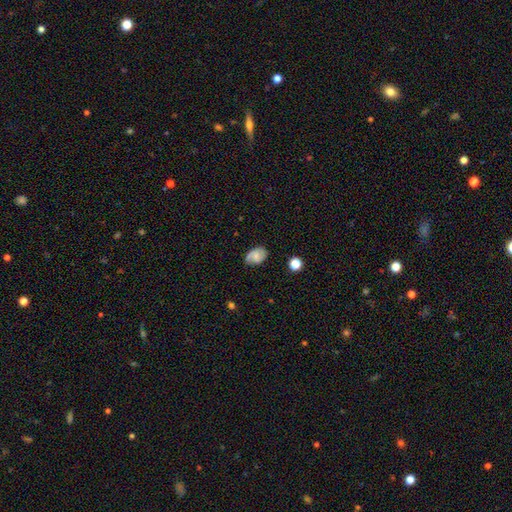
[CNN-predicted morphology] Smooth or featured? Predicted: smooth (p=0.54). How rounded? Predicted: in between (p=0.80). Merging? Predicted: none (p=0.69).